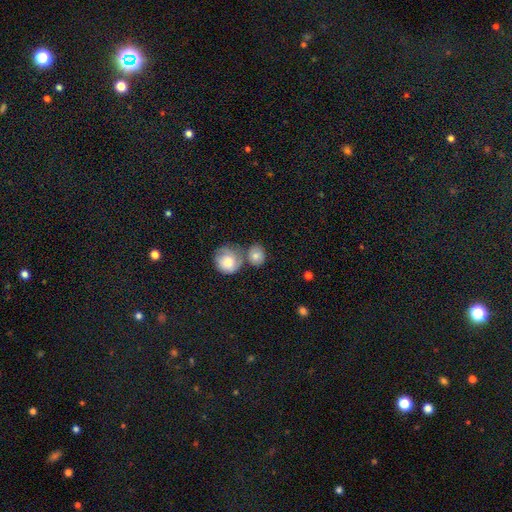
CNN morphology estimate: Smooth or featured: smooth — 78% (featured or disk — 14%)
How rounded: round — 76% (in between — 23%)
Merging: none — 48% (merger — 33%)